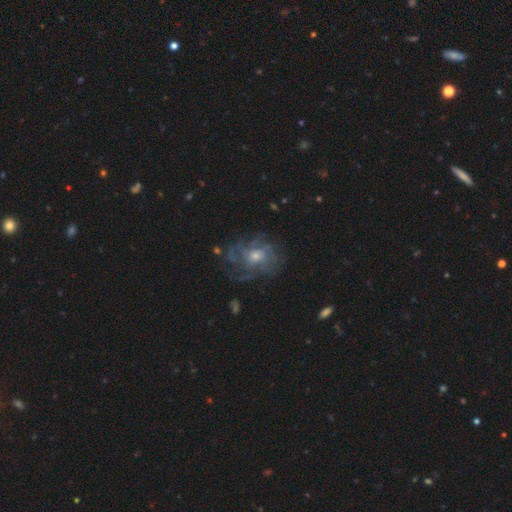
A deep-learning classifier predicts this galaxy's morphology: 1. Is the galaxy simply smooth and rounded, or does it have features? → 76% featured or disk, 13% smooth, 11% star or artifact.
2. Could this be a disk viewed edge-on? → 97% no, 3% yes.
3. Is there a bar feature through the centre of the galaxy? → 75% no, 22% weak, 3% strong.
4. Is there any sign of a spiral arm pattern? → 86% yes, 14% no.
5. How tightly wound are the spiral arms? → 46% tight, 38% medium, 16% loose.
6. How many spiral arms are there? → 42% can't tell, 19% 4, 13% more than 4, 12% 3, 8% 2, 6% 1.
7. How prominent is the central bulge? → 54% moderate, 37% small, 5% large, 2% none, 1% dominant.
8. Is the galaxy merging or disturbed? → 70% none, 16% minor disturbance, 12% major disturbance, 2% merger.